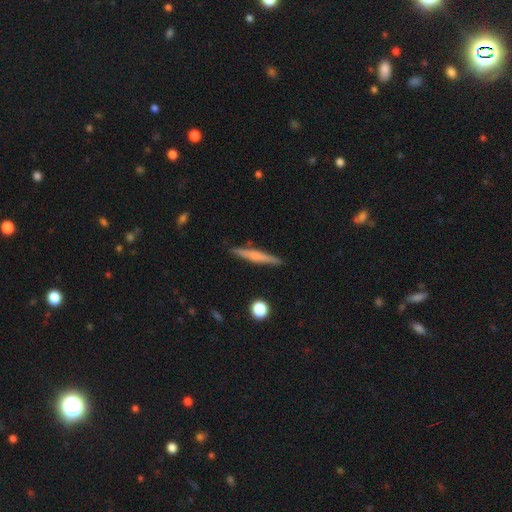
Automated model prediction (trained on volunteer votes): Overall: featured or disk (48%; smooth 46%). Merging: none (89%).